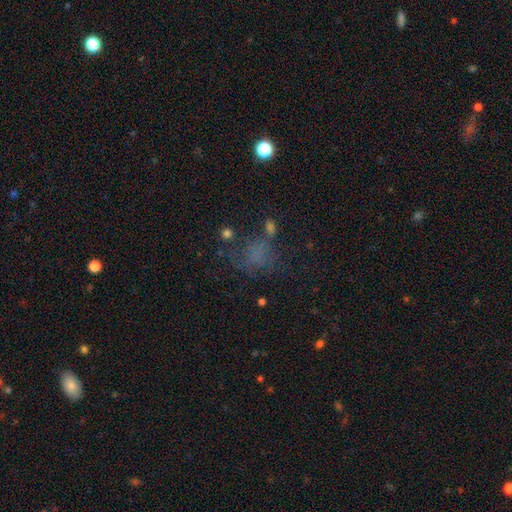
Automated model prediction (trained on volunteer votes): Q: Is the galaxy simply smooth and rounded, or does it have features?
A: smooth — 49%.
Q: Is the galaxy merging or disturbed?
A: none — 44%.